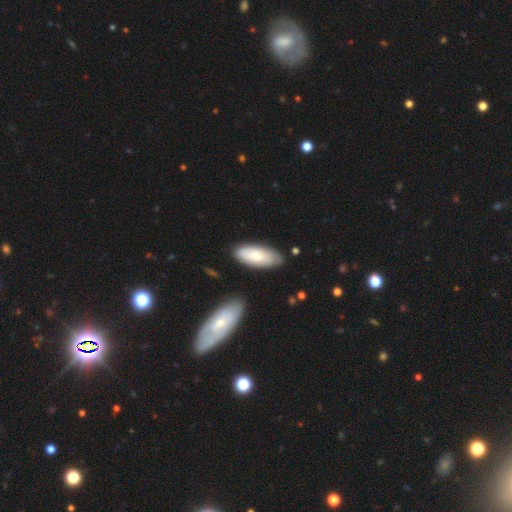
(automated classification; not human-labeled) A smooth galaxy with no disk features (71%) that is in between round and cigar-shaped (85%).

Vote fractions:
- Smooth or featured? smooth: 71% / featured or disk: 24% / star or artifact: 5%
- How rounded? in between: 85% / cigar-shaped: 13% / round: 2%
- Merging? none: 79% / minor disturbance: 14% / merger: 3% / major disturbance: 3%